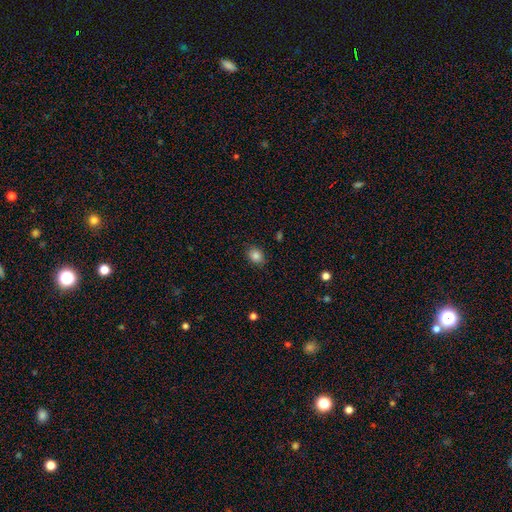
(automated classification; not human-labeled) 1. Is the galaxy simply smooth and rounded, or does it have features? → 85% smooth, 10% star or artifact, 5% featured or disk.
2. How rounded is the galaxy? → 51% in between, 48% round, 1% cigar-shaped.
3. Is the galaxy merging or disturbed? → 86% none, 10% minor disturbance, 2% major disturbance, 1% merger.